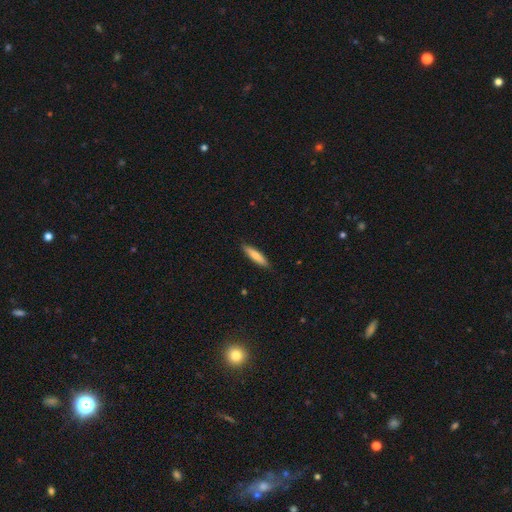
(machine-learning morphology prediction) Q: Smooth or featured?
A: smooth (73%); runner-up: featured or disk (22%)
Q: How rounded?
A: cigar-shaped (80%); runner-up: in between (18%)
Q: Merging?
A: none (89%); runner-up: minor disturbance (9%)